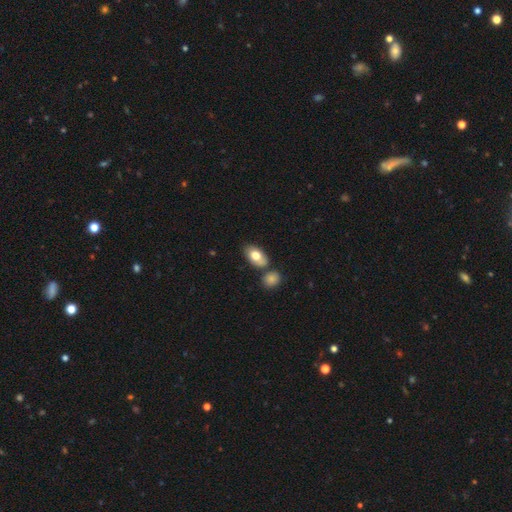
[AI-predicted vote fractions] The model was most divided on "merging": none: 63%, merger: 19%, minor disturbance: 14%, major disturbance: 4%. More confident: how rounded — in between (91%); smooth or featured — smooth (76%).